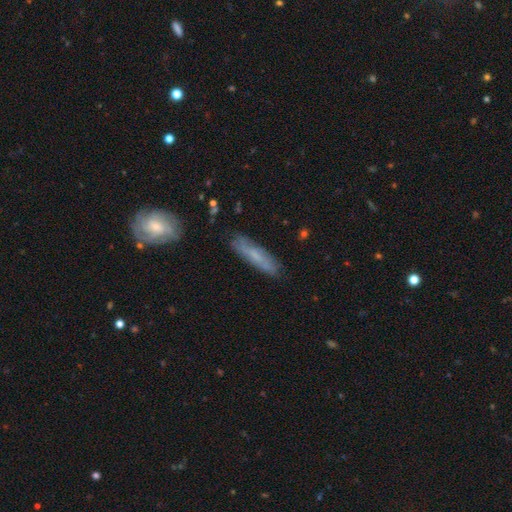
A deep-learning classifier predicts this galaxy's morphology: Smooth or featured: smooth — 60% (featured or disk — 32%)
How rounded: cigar-shaped — 76% (in between — 23%)
Merging: none — 79% (minor disturbance — 15%)